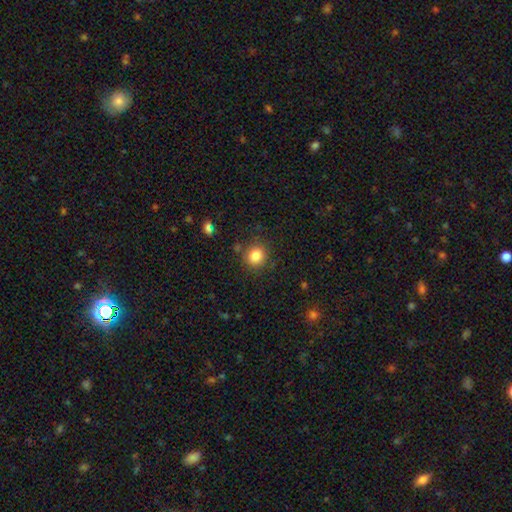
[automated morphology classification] Overall: smooth (83%). How rounded: round (85%). Merging: none (85%).